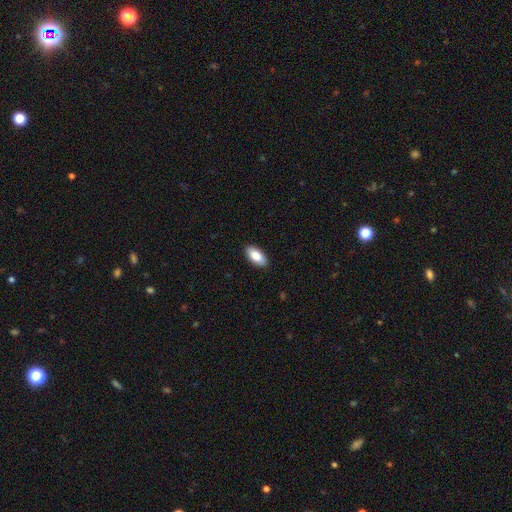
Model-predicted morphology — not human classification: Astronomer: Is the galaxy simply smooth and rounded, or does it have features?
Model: smooth — 85%.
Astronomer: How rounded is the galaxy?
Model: in between — 93%.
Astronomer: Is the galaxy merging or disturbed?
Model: none — 90%.